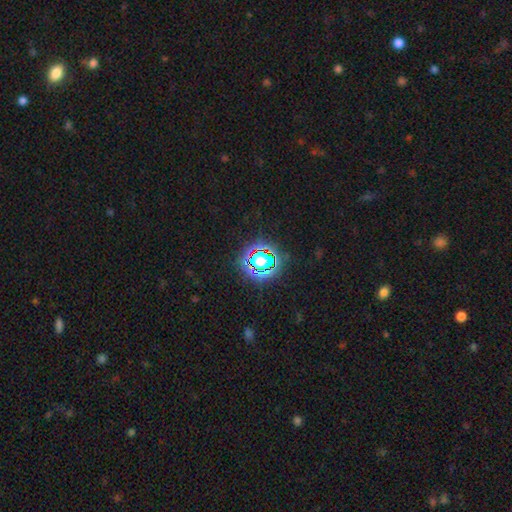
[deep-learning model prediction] Overall: star or artifact (69%).